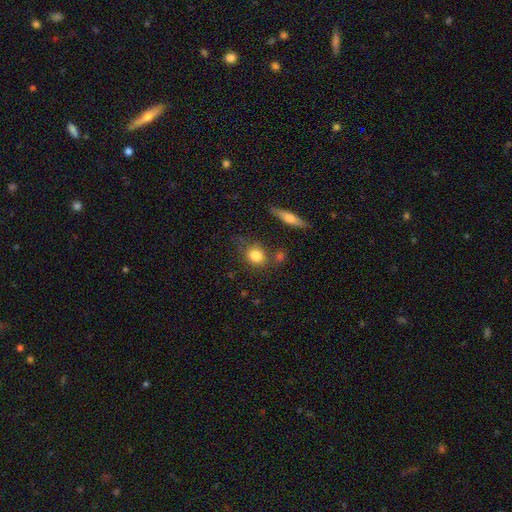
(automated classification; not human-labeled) This appears to be a smooth galaxy with no disk features (82%) that is round (67%). Merging: none (69%).